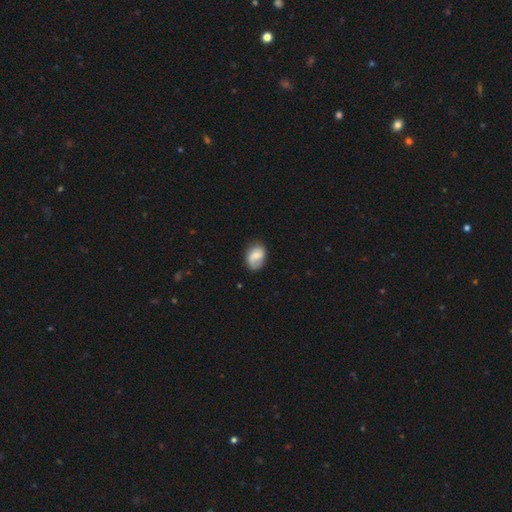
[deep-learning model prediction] smooth_or_featured: smooth (p=0.51) [alt: featured or disk p=0.41]
how_rounded: in between (p=0.74) [alt: round p=0.25]
merging: none (p=0.63) [alt: minor disturbance p=0.25]